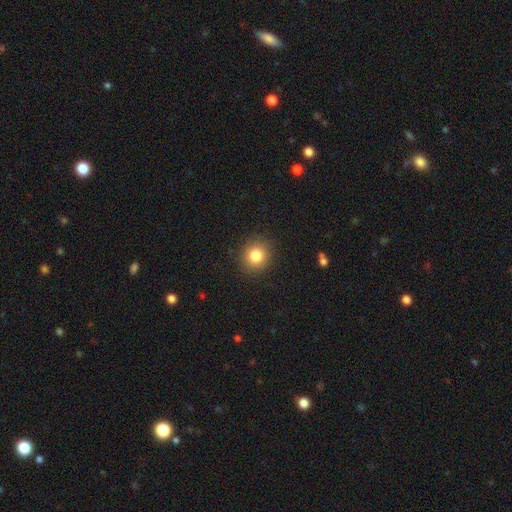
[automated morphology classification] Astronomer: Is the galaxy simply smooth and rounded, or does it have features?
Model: smooth — 83%.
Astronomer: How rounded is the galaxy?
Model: round — 90%.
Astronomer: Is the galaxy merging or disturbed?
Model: none — 90%.